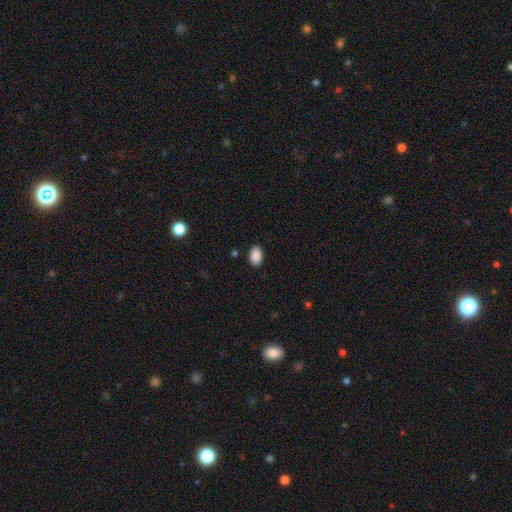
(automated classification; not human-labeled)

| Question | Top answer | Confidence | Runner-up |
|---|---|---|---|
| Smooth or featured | smooth | 89% | star or artifact (8%) |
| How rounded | in between | 89% | round (9%) |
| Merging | none | 88% | minor disturbance (9%) |